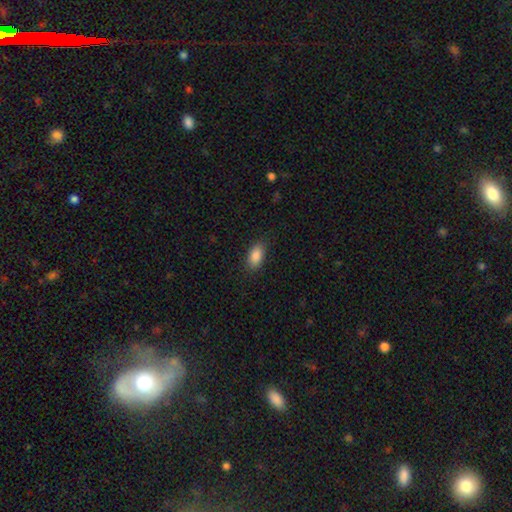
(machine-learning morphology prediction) smooth-or-featured: smooth: 88% | star or artifact: 7% | featured or disk: 4%
  how-rounded: in between: 92% | round: 5% | cigar-shaped: 3%
  merging: none: 87% | minor disturbance: 10% | major disturbance: 3% | merger: 1%